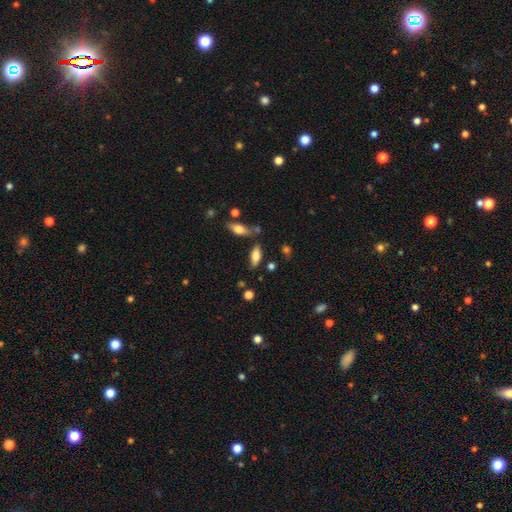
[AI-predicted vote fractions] A smooth galaxy with no disk features (72%) that is in between round and cigar-shaped (75%).

Vote fractions:
- Smooth or featured? smooth: 72% / featured or disk: 21% / star or artifact: 8%
- How rounded? in between: 75% / cigar-shaped: 22% / round: 3%
- Merging? none: 71% / minor disturbance: 15% / merger: 9% / major disturbance: 4%